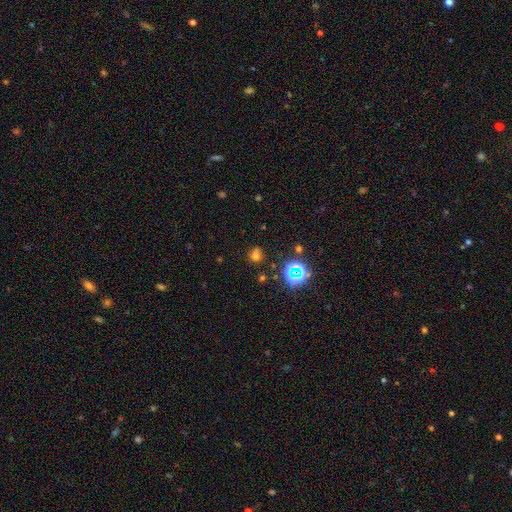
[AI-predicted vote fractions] smooth 63%, star or artifact 30%, featured or disk 8%. Down the decision tree: how rounded — round (75%); merging — none (74%).